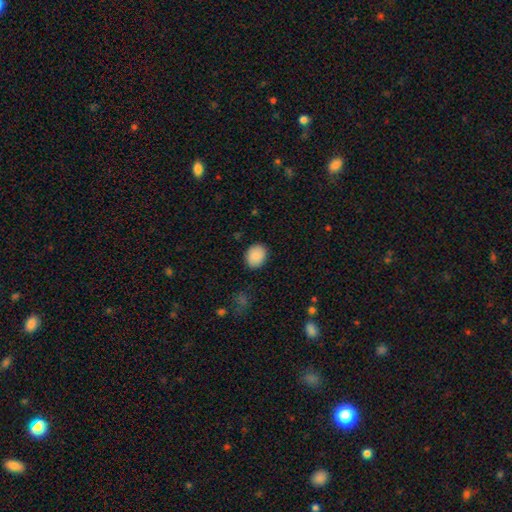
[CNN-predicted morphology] smooth_or_featured: smooth (p=0.87) [alt: star or artifact p=0.07]
how_rounded: round (p=0.54) [alt: in between p=0.45]
merging: none (p=0.87) [alt: minor disturbance p=0.10]